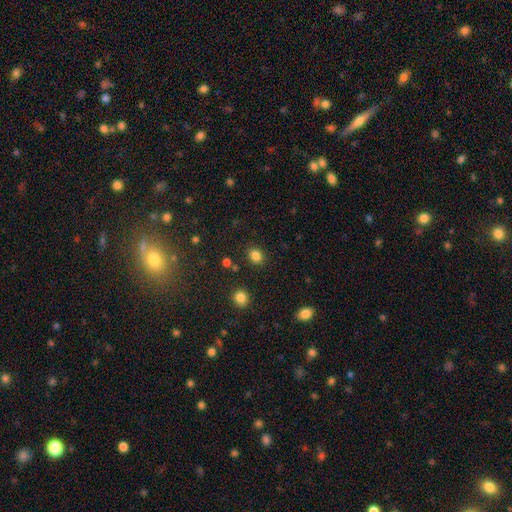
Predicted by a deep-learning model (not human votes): smooth-or-featured: smooth: 83% | star or artifact: 12% | featured or disk: 5%
  how-rounded: round: 57% | in between: 42% | cigar-shaped: 1%
  merging: none: 86% | minor disturbance: 8% | merger: 3% | major disturbance: 3%